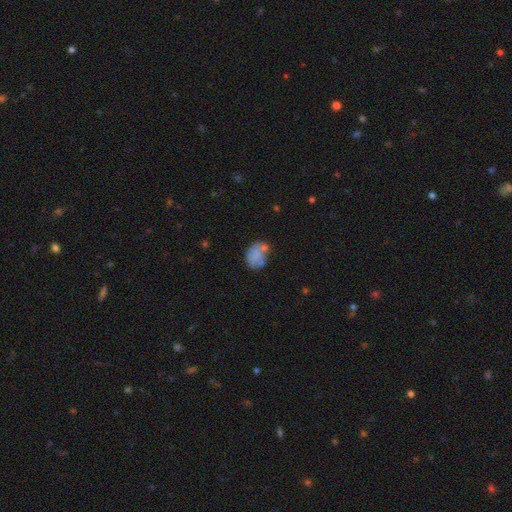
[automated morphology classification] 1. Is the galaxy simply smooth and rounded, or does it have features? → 64% smooth, 26% featured or disk, 10% star or artifact.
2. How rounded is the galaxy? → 69% in between, 30% round, 1% cigar-shaped.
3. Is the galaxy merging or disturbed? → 44% none, 26% minor disturbance, 17% merger, 13% major disturbance.